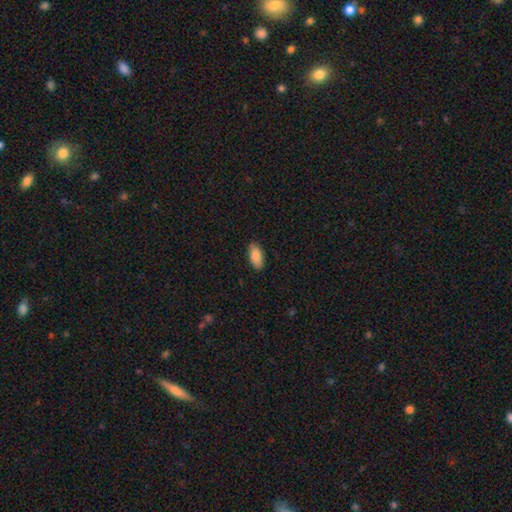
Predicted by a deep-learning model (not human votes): Smooth or featured?
  - smooth: 86% *
  - featured or disk: 7%
  - star or artifact: 6%
How rounded?
  - in between: 89% *
  - cigar-shaped: 9%
  - round: 2%
Merging?
  - none: 87% *
  - minor disturbance: 10%
  - major disturbance: 2%
  - merger: 1%